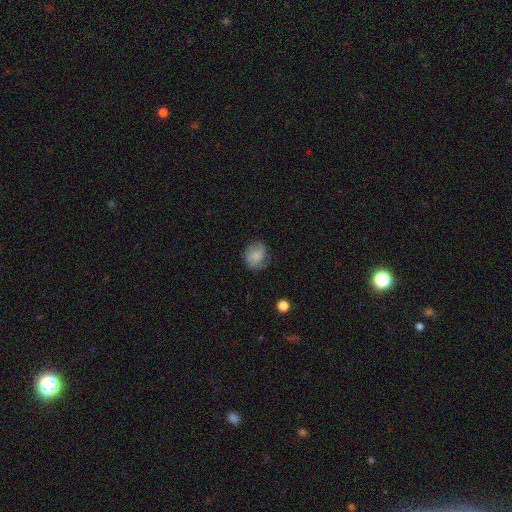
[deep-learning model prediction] Morphology: type=smooth (69%); roundness=round (64%); merging=none (65%).